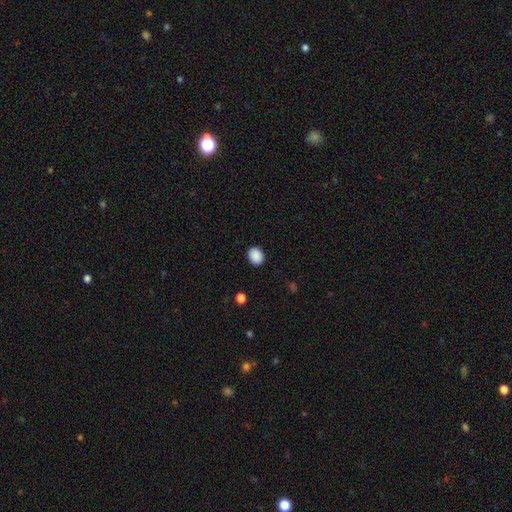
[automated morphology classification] type=smooth (89%); roundness=round (53%); merging=none (90%).